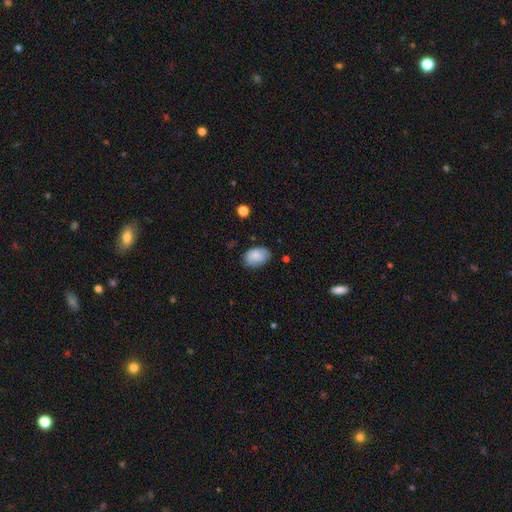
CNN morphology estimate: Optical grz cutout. It shows a smooth galaxy with no disk features (83%) that is in between round and cigar-shaped (86%). Merging: none (72%).